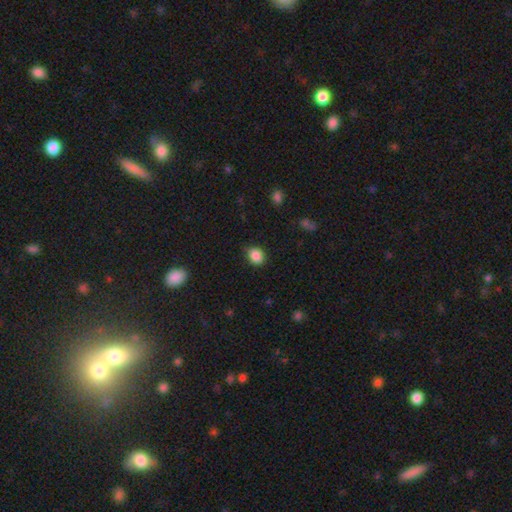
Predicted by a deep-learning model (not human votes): smooth-or-featured: smooth: 87% | star or artifact: 10% | featured or disk: 4%
  how-rounded: round: 56% | in between: 43% | cigar-shaped: 1%
  merging: none: 80% | minor disturbance: 16% | major disturbance: 3% | merger: 1%